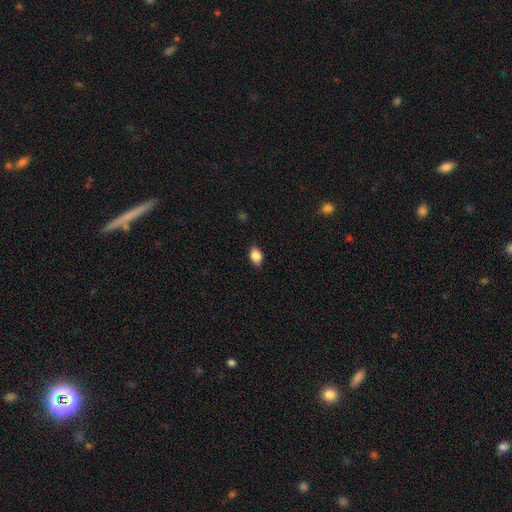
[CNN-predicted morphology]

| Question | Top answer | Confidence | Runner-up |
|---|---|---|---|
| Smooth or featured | smooth | 87% | star or artifact (8%) |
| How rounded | in between | 84% | round (14%) |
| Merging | none | 83% | minor disturbance (13%) |